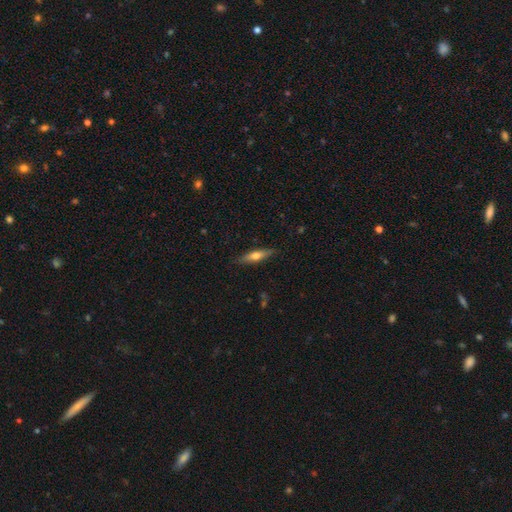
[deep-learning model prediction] A smooth galaxy with no disk features (53%) that is cigar-shaped (72%). Merging: none (86%).